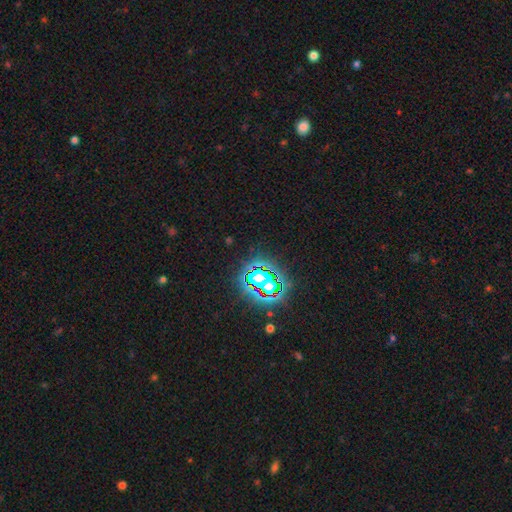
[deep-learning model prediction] Smooth or featured: star or artifact — 80% (smooth — 12%)